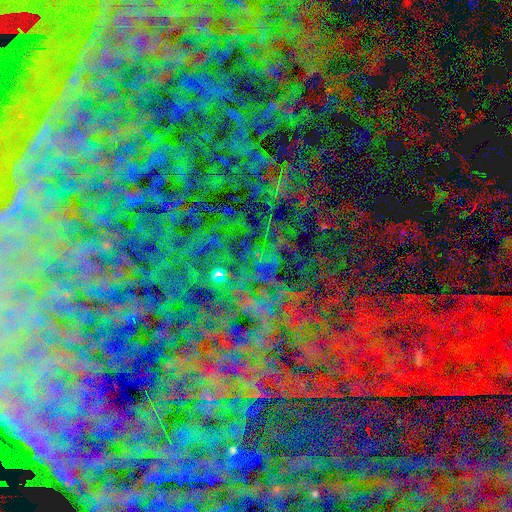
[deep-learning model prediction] smooth-or-featured: star or artifact: 84% | smooth: 8% | featured or disk: 8%